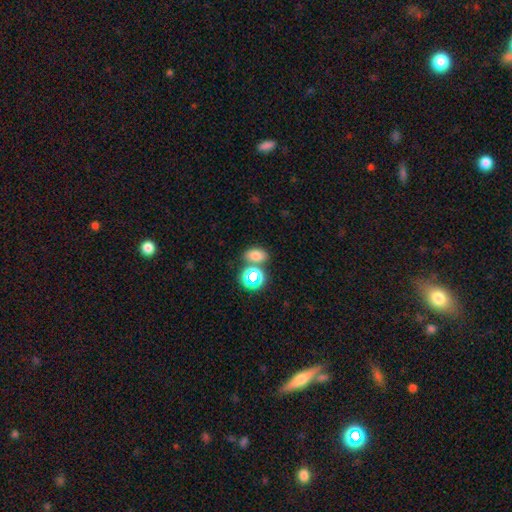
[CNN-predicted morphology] smooth_or_featured: smooth (p=0.72) [alt: star or artifact p=0.20]
how_rounded: in between (p=0.72) [alt: round p=0.26]
merging: none (p=0.65) [alt: merger p=0.21]